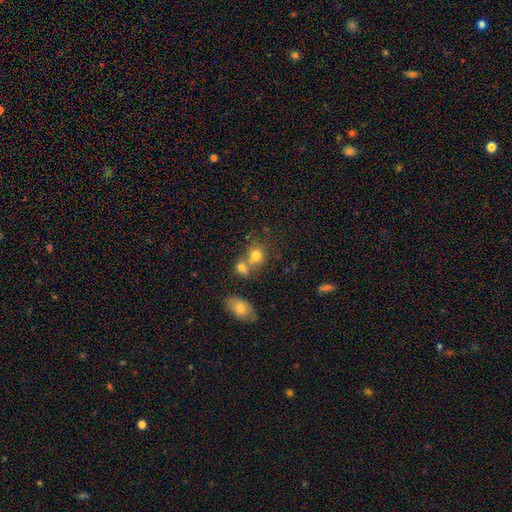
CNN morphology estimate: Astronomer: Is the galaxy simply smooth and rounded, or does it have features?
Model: smooth — 76%.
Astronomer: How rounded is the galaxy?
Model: round — 66%.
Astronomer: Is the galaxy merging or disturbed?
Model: merger — 45% (runner-up: none, 41%).